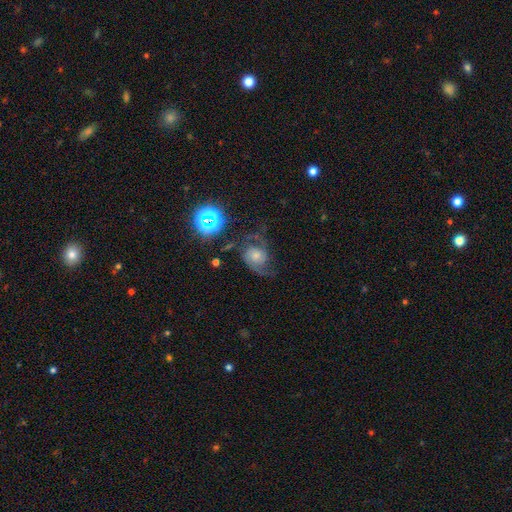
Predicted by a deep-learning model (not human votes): Q: Smooth or featured?
A: featured or disk (73%); runner-up: smooth (15%)
Q: Edge-on disk?
A: no (97%); runner-up: yes (3%)
Q: Bar?
A: no (73%); runner-up: weak (22%)
Q: Spiral arms?
A: yes (95%); runner-up: no (5%)
Q: Spiral winding?
A: medium (43%); tied with: loose (43%)
Q: Spiral arm count?
A: 2 (86%); runner-up: 1 (5%)
Q: Bulge size?
A: moderate (37%); runner-up: small (27%)
Q: Merging?
A: none (54%); runner-up: major disturbance (22%)